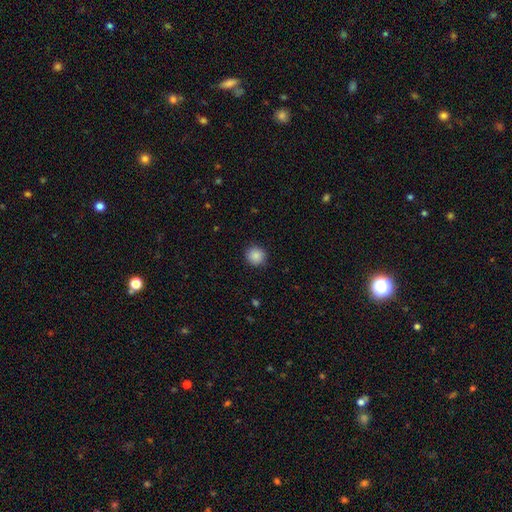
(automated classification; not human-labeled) smooth 88%, star or artifact 9%, featured or disk 3%. Down the decision tree: how rounded — round (91%); merging — none (90%).